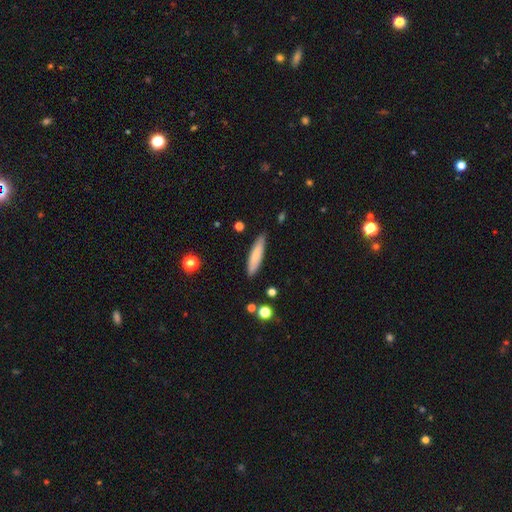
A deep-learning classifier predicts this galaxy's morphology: The model was most divided on "how rounded": cigar-shaped: 75%, in between: 23%, round: 1%. More confident: merging — none (86%); smooth or featured — smooth (77%).